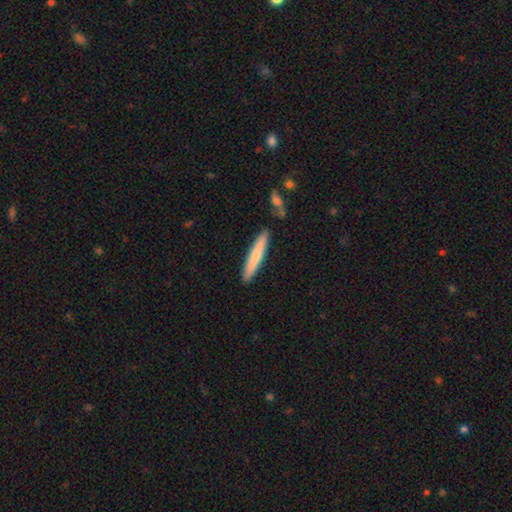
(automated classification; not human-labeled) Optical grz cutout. It shows a smooth galaxy with no disk features (73%) that is cigar-shaped (94%). Merging: none (88%).